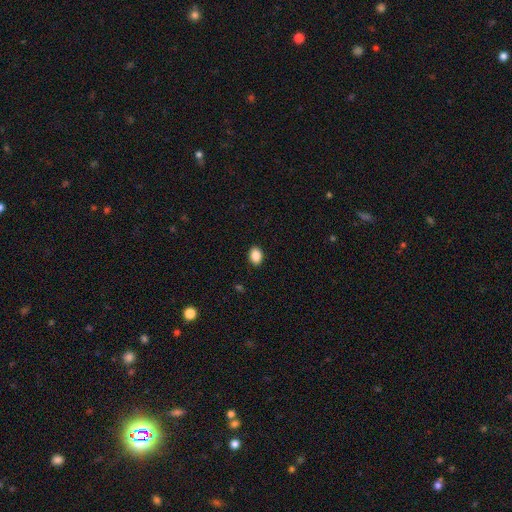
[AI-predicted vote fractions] smooth-or-featured: smooth: 88% | star or artifact: 8% | featured or disk: 4%
  how-rounded: in between: 74% | round: 25% | cigar-shaped: 1%
  merging: none: 90% | minor disturbance: 7% | major disturbance: 2% | merger: 1%